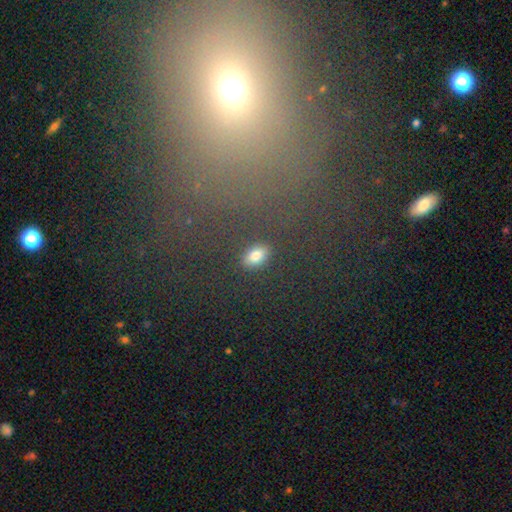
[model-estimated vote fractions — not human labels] smooth-or-featured: smooth: 76% | star or artifact: 16% | featured or disk: 8%
  how-rounded: in between: 84% | round: 12% | cigar-shaped: 4%
  merging: none: 86% | minor disturbance: 8% | major disturbance: 3% | merger: 2%